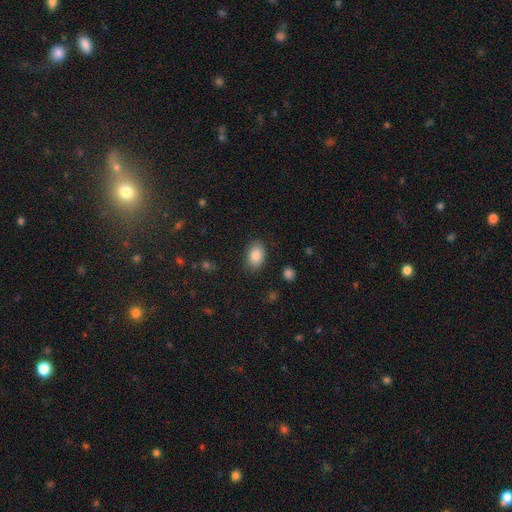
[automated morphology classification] Smooth or featured?
  - smooth: 86% *
  - star or artifact: 8%
  - featured or disk: 6%
How rounded?
  - in between: 85% *
  - round: 14%
  - cigar-shaped: 1%
Merging?
  - none: 85% *
  - minor disturbance: 11%
  - major disturbance: 3%
  - merger: 1%